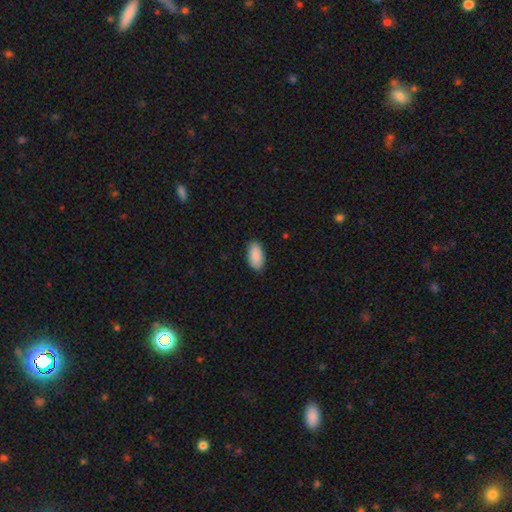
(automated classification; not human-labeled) Smooth or featured? Predicted: smooth (p=0.89). How rounded? Predicted: in between (p=0.95). Merging? Predicted: none (p=0.87).